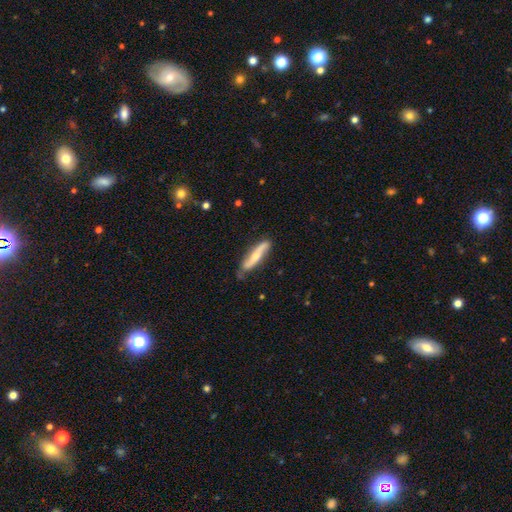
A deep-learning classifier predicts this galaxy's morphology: Smooth or featured? featured or disk (57%)
Edge-on disk? no (51%)
Merging? none (70%)